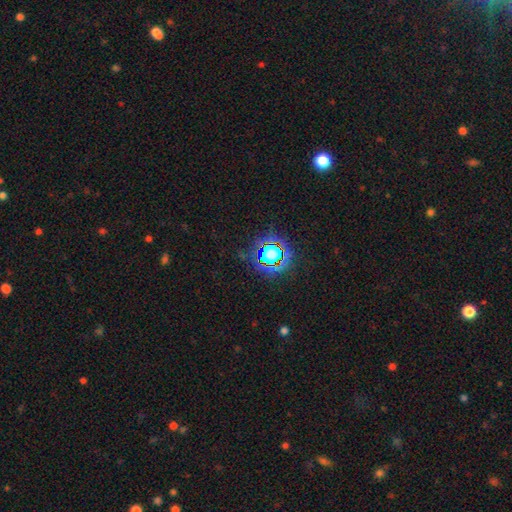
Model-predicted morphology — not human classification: The model was most divided on "smooth or featured": star or artifact: 80%, smooth: 12%, featured or disk: 8%.